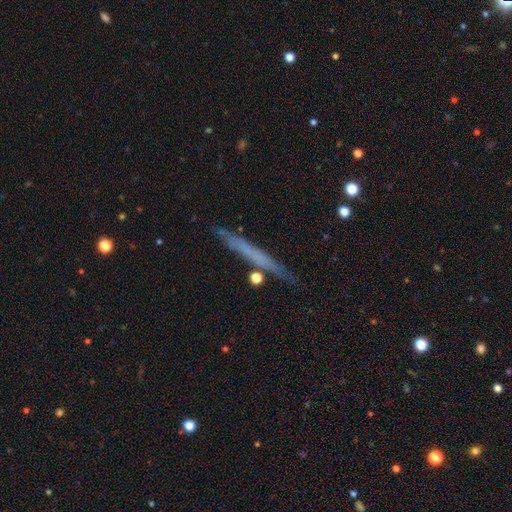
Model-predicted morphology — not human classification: A featured or disk galaxy (48%). Merging: none (84%).